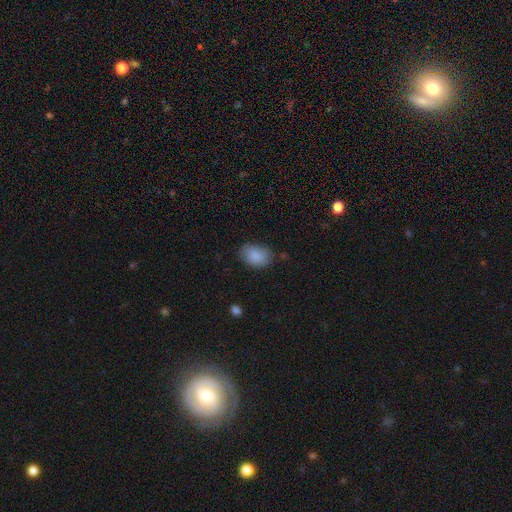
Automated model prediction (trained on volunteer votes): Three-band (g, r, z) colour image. It shows a smooth galaxy with no disk features (87%) that is in between round and cigar-shaped (79%). Merging: none (73%).